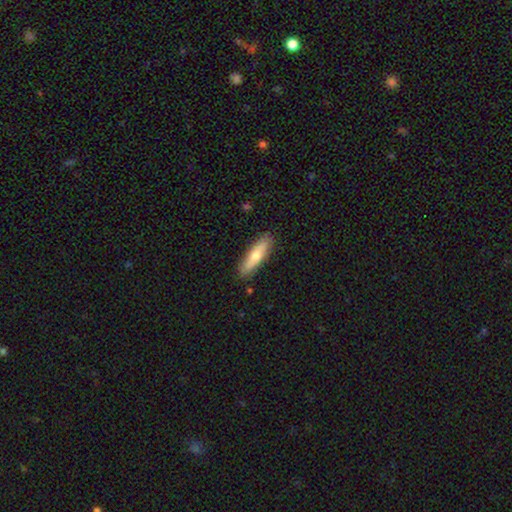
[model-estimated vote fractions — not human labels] This is likely a smooth galaxy (68%). How rounded: likely cigar-shaped (65%). Merging: clearly none (85%).